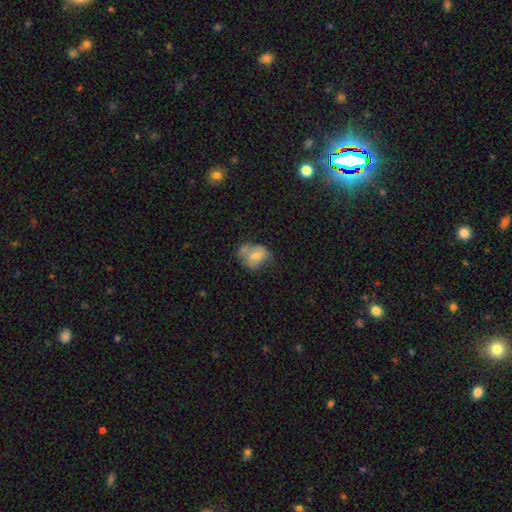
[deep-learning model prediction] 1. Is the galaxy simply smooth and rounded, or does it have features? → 58% smooth, 34% featured or disk, 9% star or artifact.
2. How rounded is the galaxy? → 65% in between, 34% round, 1% cigar-shaped.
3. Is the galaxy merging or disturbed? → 35% none, 31% minor disturbance, 18% major disturbance, 16% merger.